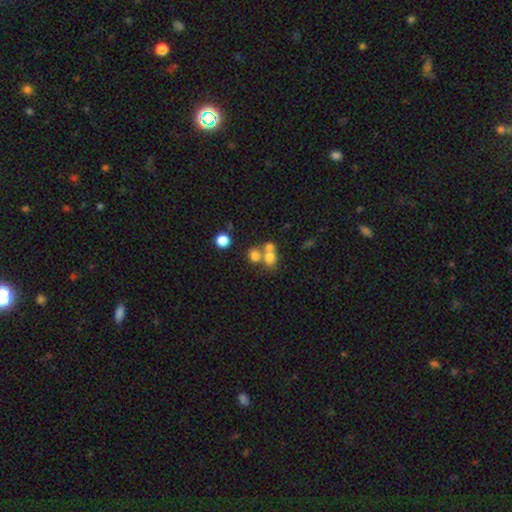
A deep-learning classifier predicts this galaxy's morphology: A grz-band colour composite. It shows a smooth galaxy with no disk features (69%) that is round (72%). Merging: merger (49%).